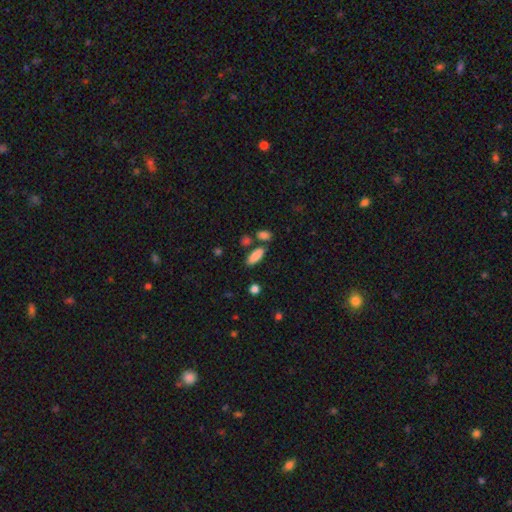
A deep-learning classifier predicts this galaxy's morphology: Q: Smooth or featured?
A: smooth (86%); runner-up: featured or disk (7%)
Q: How rounded?
A: in between (73%); runner-up: cigar-shaped (25%)
Q: Merging?
A: none (74%); runner-up: minor disturbance (12%)